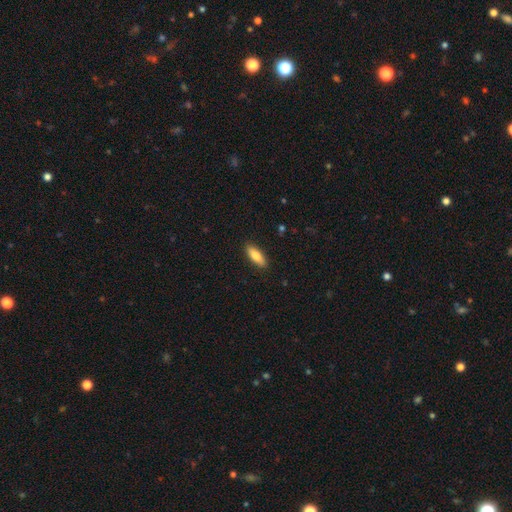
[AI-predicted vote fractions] smooth 80%, featured or disk 14%, star or artifact 6%. Down the decision tree: how rounded — in between (63%); merging — none (89%).